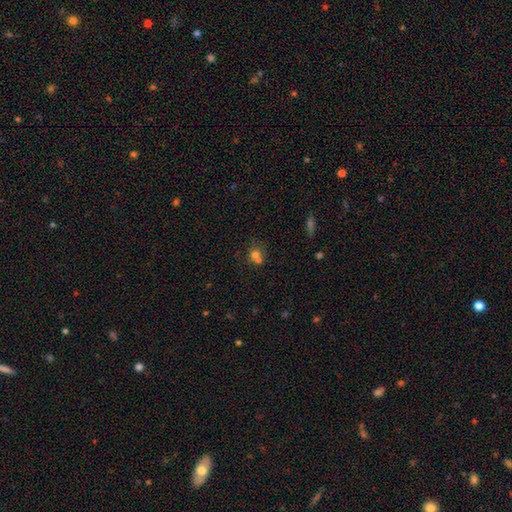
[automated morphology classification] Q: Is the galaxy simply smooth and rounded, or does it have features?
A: smooth — 67%.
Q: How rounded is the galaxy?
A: round — 79%.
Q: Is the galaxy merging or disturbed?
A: merger — 50%.